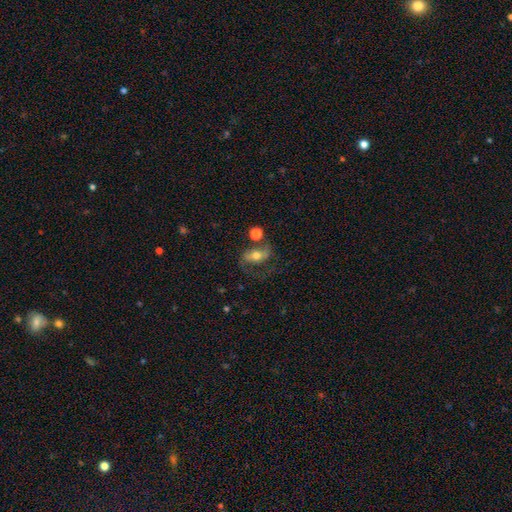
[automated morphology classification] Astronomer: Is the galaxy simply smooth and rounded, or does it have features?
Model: featured or disk — 60%.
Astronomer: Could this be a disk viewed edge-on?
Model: no — 92%.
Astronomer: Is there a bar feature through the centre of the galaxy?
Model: no — 40% (runner-up: weak, 30%).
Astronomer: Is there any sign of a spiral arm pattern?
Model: yes — 78%.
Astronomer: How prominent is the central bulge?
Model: moderate — 69%.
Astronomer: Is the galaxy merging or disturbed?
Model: none — 51%.